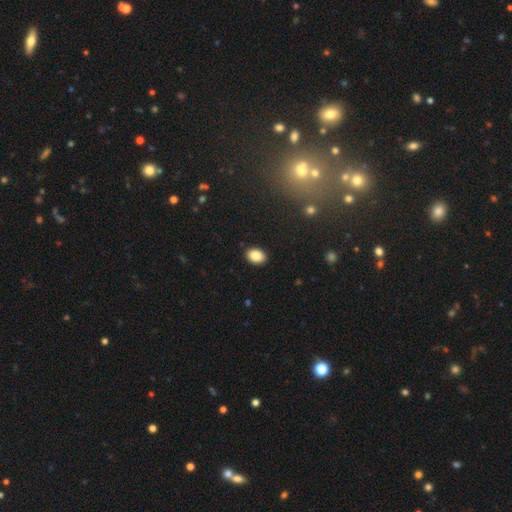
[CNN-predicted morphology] This is clearly a smooth galaxy (87%). How rounded: likely in between (77%). Merging: clearly none (89%).